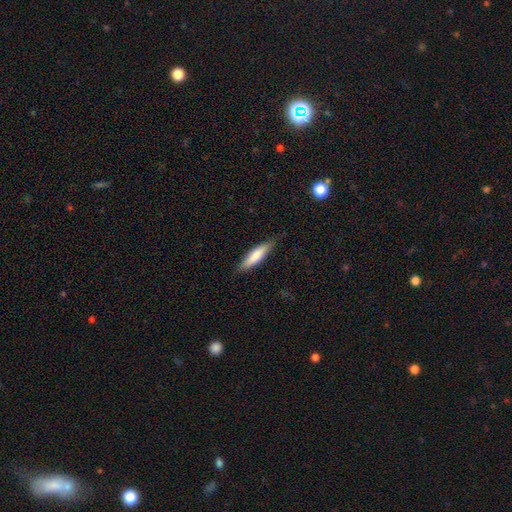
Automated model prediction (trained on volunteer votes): A smooth galaxy with no disk features (70%) that is cigar-shaped (72%).

Vote fractions:
- Smooth or featured? smooth: 70% / featured or disk: 25% / star or artifact: 5%
- How rounded? cigar-shaped: 72% / in between: 27% / round: 1%
- Merging? none: 82% / minor disturbance: 14% / major disturbance: 2% / merger: 1%